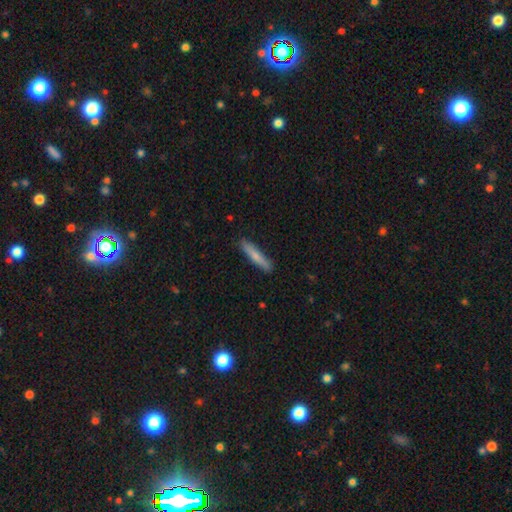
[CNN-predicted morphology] The model was most divided on "smooth or featured": smooth: 72%, featured or disk: 23%, star or artifact: 5%. More confident: how rounded — cigar-shaped (92%); merging — none (89%).